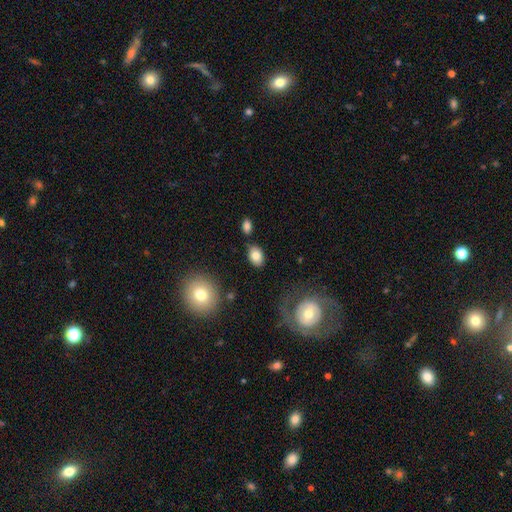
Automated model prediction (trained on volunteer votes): A smooth galaxy with no disk features (81%) that is in between round and cigar-shaped (83%). Merging: none (80%).